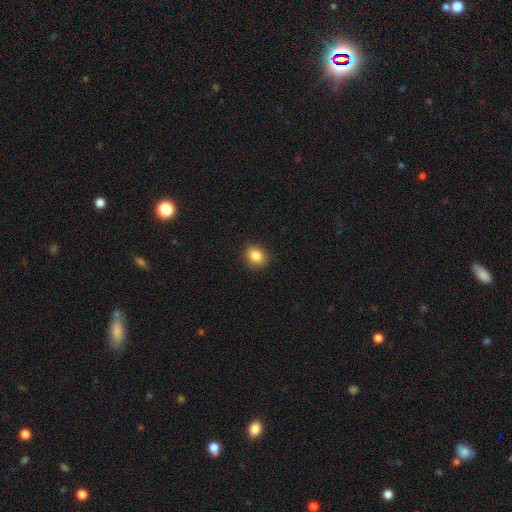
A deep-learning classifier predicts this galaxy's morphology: The model was most divided on "how rounded": round: 59%, in between: 40%, cigar-shaped: 1%. More confident: merging — none (89%); smooth or featured — smooth (86%).